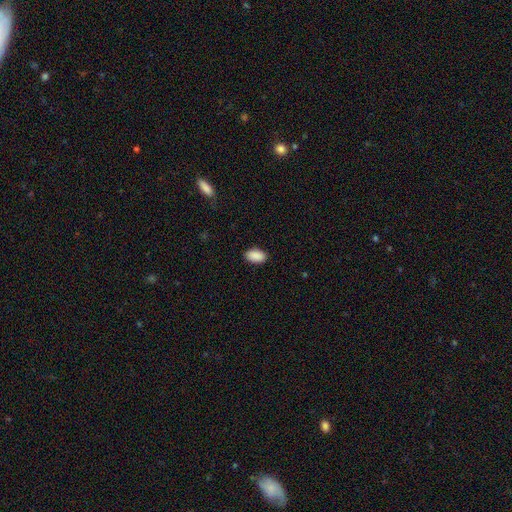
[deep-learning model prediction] Morphology: type=smooth (91%); roundness=in between (94%); merging=none (89%).